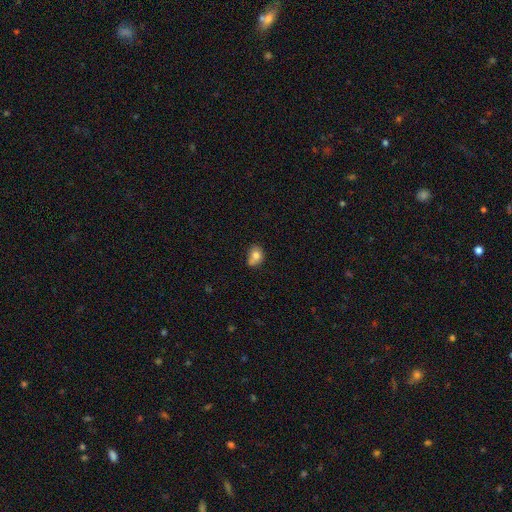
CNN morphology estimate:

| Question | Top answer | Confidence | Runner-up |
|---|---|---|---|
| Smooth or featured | smooth | 77% | featured or disk (13%) |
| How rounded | in between | 55% | round (44%) |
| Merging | none | 46% | minor disturbance (30%) |